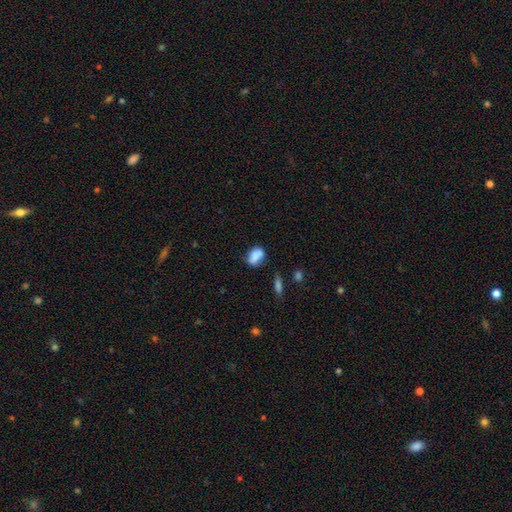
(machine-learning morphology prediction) Overall: smooth (76%). How rounded: in between (74%). Merging: none (52%; minor disturbance 23%).